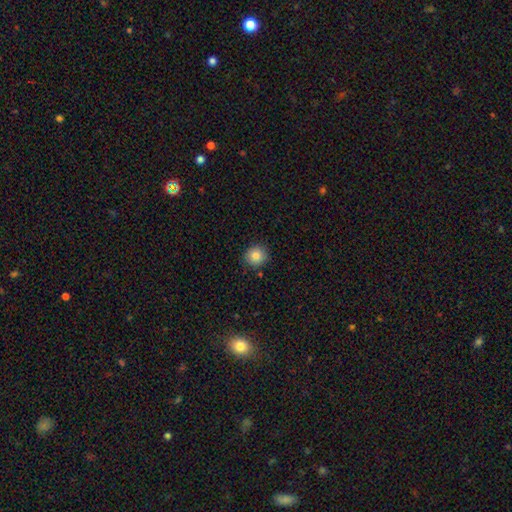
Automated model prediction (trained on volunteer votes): smooth 83%, star or artifact 10%, featured or disk 8%. Down the decision tree: how rounded — round (90%); merging — none (88%).